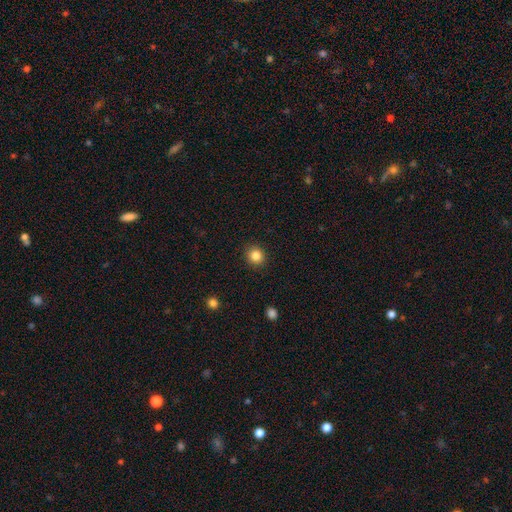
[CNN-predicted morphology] A smooth galaxy with no disk features (85%) that is round (87%).

Vote fractions:
- Smooth or featured? smooth: 85% / star or artifact: 11% / featured or disk: 5%
- How rounded? round: 87% / in between: 12% / cigar-shaped: 1%
- Merging? none: 91% / minor disturbance: 6% / major disturbance: 2% / merger: 1%